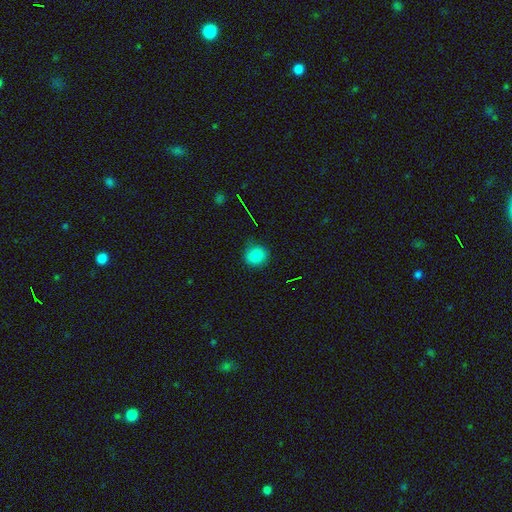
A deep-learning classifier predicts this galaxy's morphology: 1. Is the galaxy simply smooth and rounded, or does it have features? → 83% smooth, 13% star or artifact, 4% featured or disk.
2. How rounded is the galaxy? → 85% round, 14% in between, 1% cigar-shaped.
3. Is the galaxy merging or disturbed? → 84% none, 12% minor disturbance, 3% major disturbance, 1% merger.